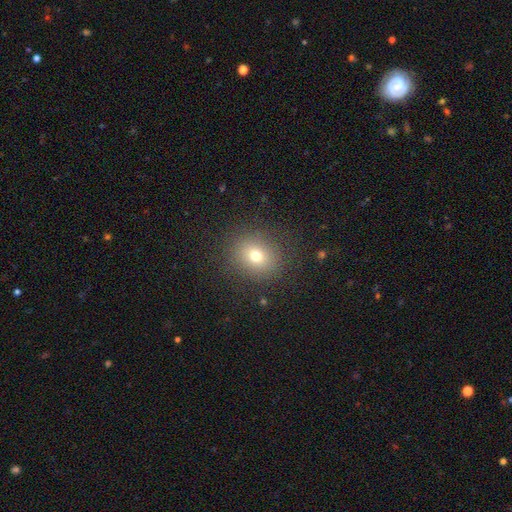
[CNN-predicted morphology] The model was most divided on "how rounded": round: 75%, in between: 24%, cigar-shaped: 1%. More confident: merging — none (85%); smooth or featured — smooth (72%).